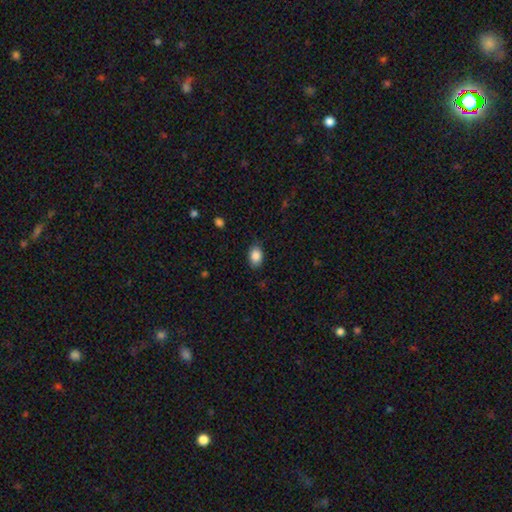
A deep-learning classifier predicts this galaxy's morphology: smooth_or_featured: smooth (p=0.87) [alt: star or artifact p=0.08]
how_rounded: in between (p=0.78) [alt: round p=0.20]
merging: none (p=0.82) [alt: minor disturbance p=0.14]